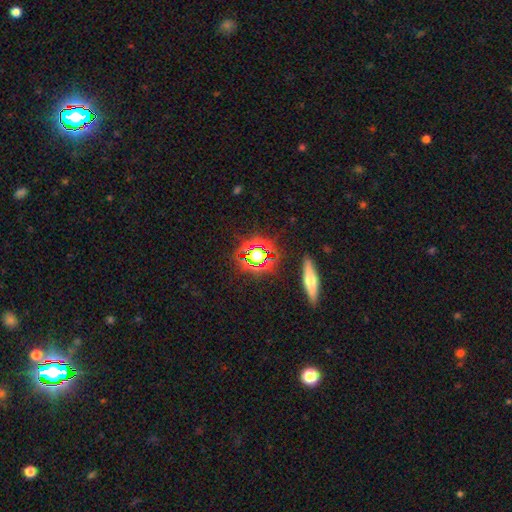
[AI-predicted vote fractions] star or artifact 58%, smooth 28%, featured or disk 13%.